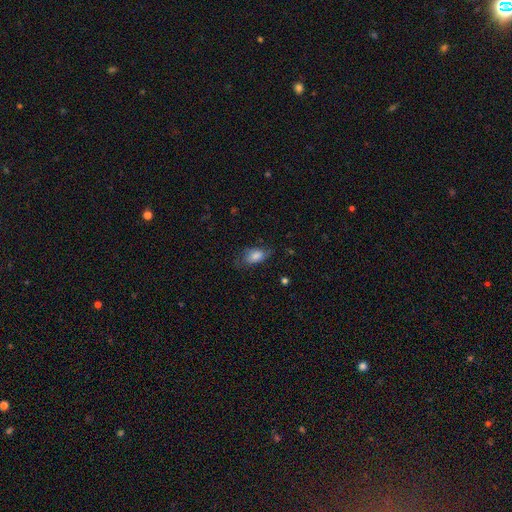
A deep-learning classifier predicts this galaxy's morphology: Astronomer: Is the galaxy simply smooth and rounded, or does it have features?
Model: smooth — 78%.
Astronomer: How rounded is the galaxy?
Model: in between — 89%.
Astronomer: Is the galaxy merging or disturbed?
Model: none — 57%.